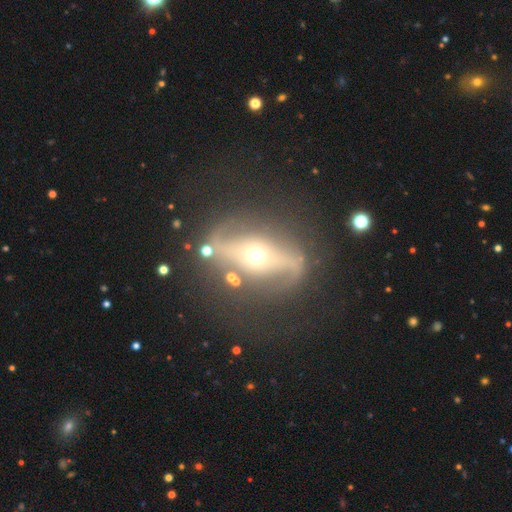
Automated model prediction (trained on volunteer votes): This appears to be a featured or disk galaxy (78%) with a strong bar (47%), spiral arms (67%) and a small central bulge (53%). Merging: none (70%).